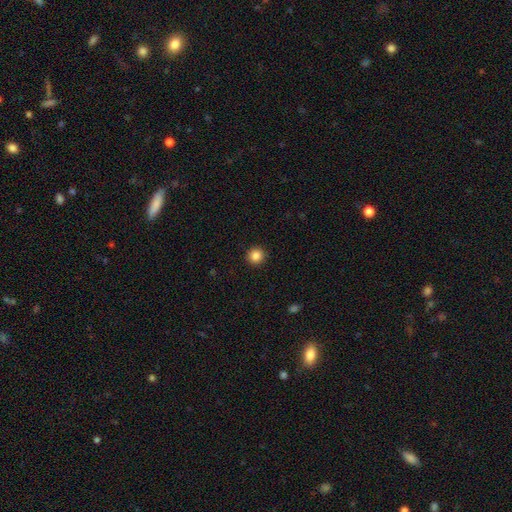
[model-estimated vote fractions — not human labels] smooth 85%, star or artifact 11%, featured or disk 4%. Down the decision tree: how rounded — round (95%); merging — none (93%).